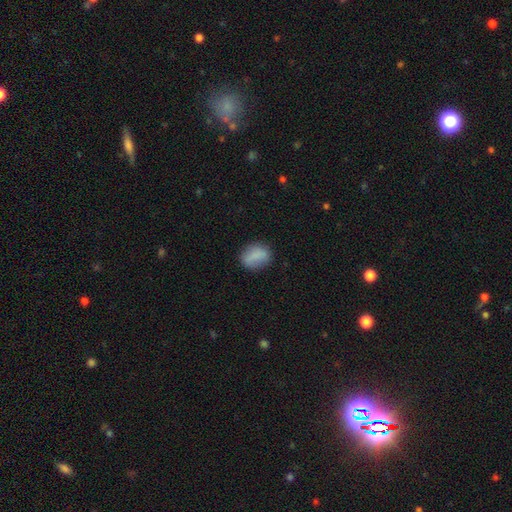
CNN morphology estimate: Smooth or featured?
  - smooth: 82% *
  - featured or disk: 10%
  - star or artifact: 8%
How rounded?
  - in between: 57% *
  - round: 41%
  - cigar-shaped: 2%
Merging?
  - none: 74% *
  - minor disturbance: 19%
  - major disturbance: 6%
  - merger: 2%